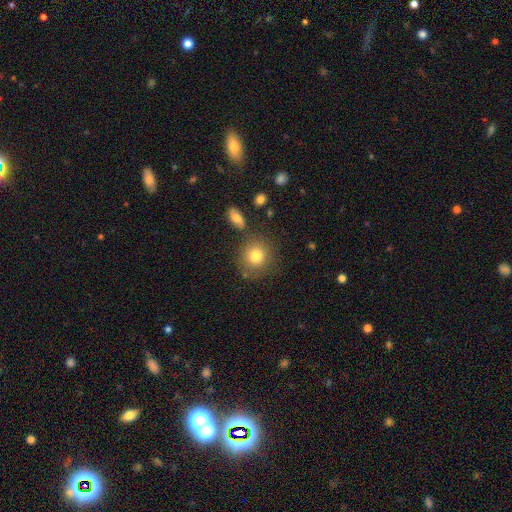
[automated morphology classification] This appears to be a smooth galaxy with no disk features (79%) that is round (87%). Merging: none (76%).